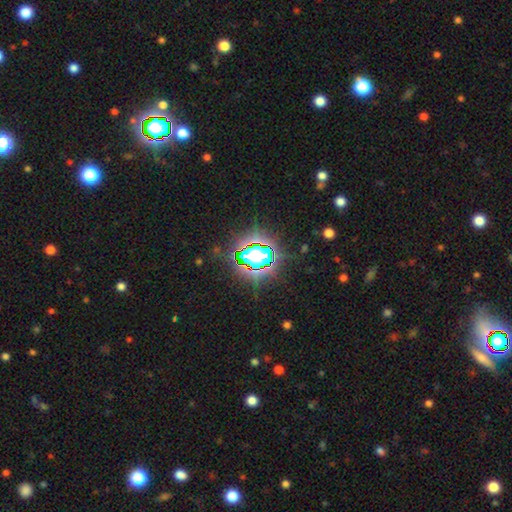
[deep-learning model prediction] A star or artifact, not a galaxy (71%).

Vote fractions:
- Smooth or featured? star or artifact: 71% / smooth: 17% / featured or disk: 12%